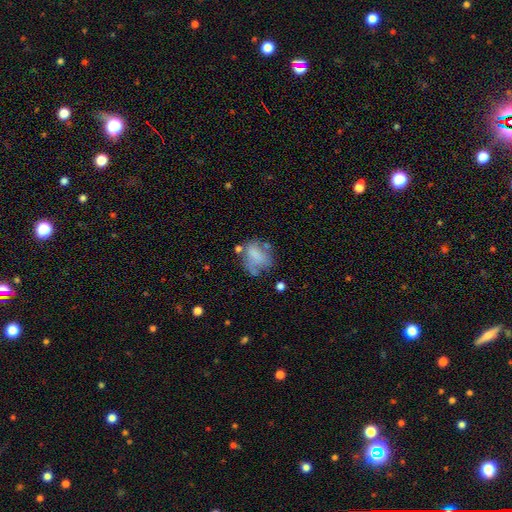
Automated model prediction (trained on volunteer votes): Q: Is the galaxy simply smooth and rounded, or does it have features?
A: smooth — 60%.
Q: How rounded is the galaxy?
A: in between — 57%.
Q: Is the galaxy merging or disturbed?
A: none — 38%.